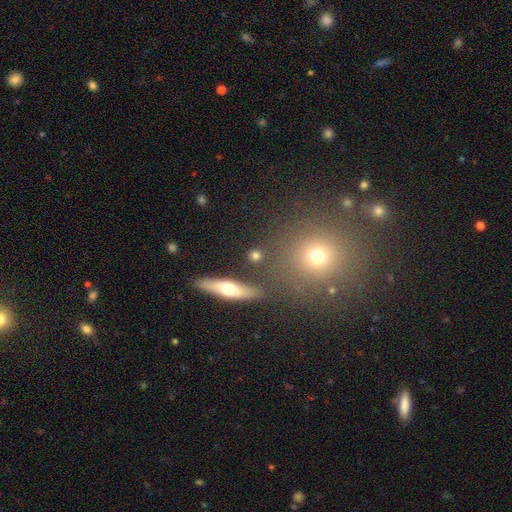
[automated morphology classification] type=smooth (74%); roundness=round (71%); merging=none (78%).